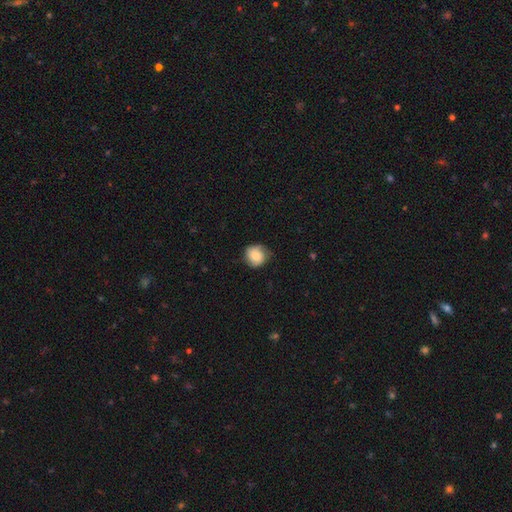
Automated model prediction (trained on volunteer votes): The model was most divided on "merging": none: 69%, minor disturbance: 24%, major disturbance: 6%, merger: 1%. More confident: how rounded — round (86%); smooth or featured — smooth (75%).